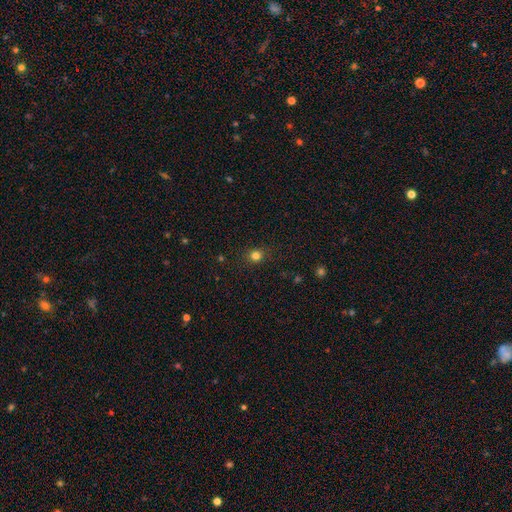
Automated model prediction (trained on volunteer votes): This is likely a smooth galaxy (79%). How rounded: clearly round (84%). Merging: clearly none (88%).